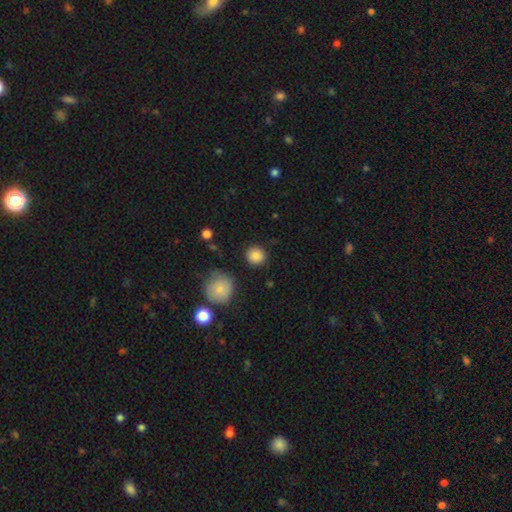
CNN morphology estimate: A smooth galaxy with no disk features (86%) that is round (92%).

Vote fractions:
- Smooth or featured? smooth: 86% / star or artifact: 10% / featured or disk: 5%
- How rounded? round: 92% / in between: 7% / cigar-shaped: 1%
- Merging? none: 88% / minor disturbance: 8% / major disturbance: 3% / merger: 2%